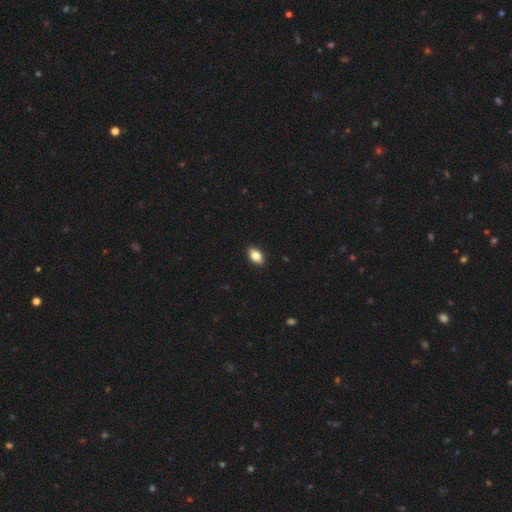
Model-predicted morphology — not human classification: A smooth galaxy with no disk features (81%) that is in between round and cigar-shaped (89%). Merging: none (90%).